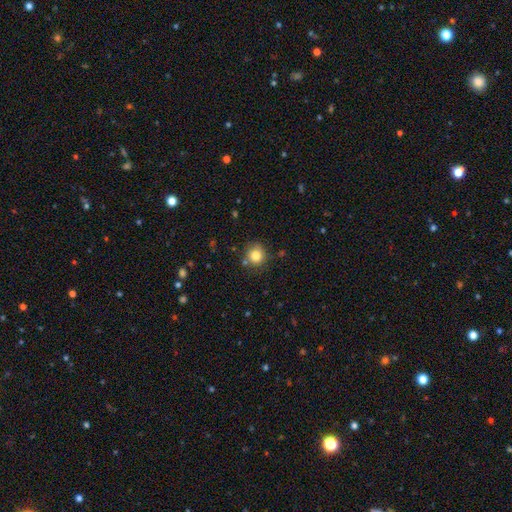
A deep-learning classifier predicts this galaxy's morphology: Overall: smooth (81%). How rounded: round (90%). Merging: none (80%).